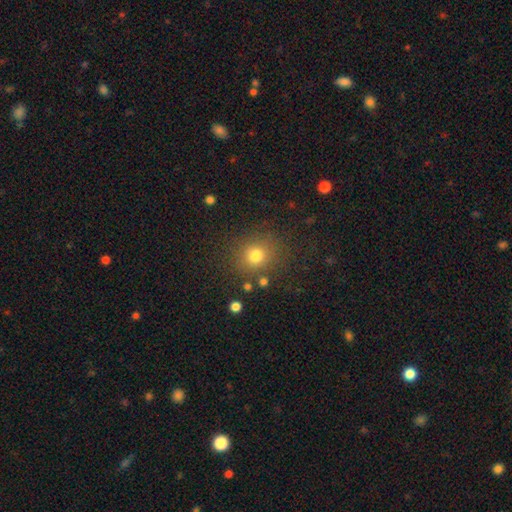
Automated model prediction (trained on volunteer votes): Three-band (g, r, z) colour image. It shows a smooth galaxy with no disk features (76%) that is round (82%). Merging: none (81%).